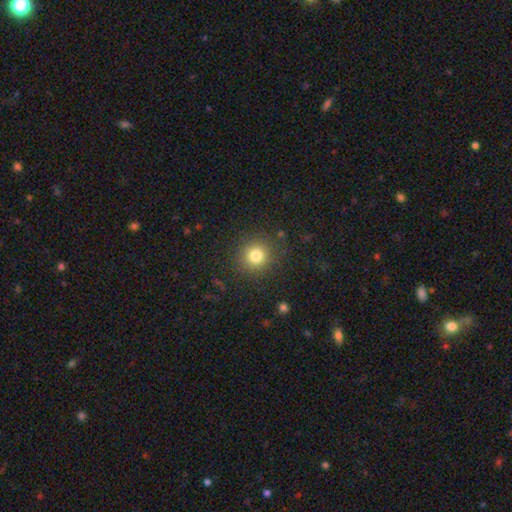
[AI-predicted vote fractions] This appears to be a smooth galaxy with no disk features (80%) that is round (92%). Merging: none (89%).